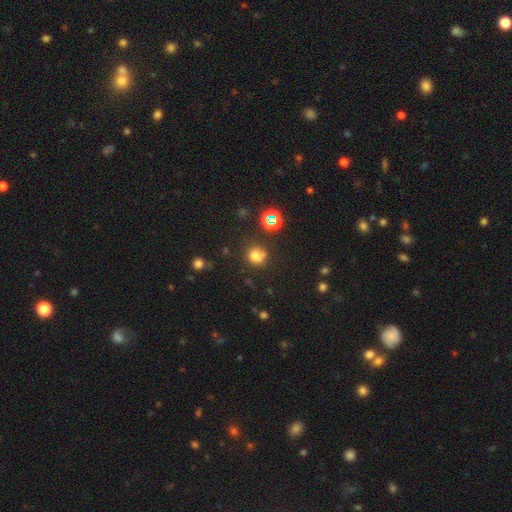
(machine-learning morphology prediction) smooth 68%, star or artifact 22%, featured or disk 10%. Down the decision tree: how rounded — round (77%); merging — none (57%).